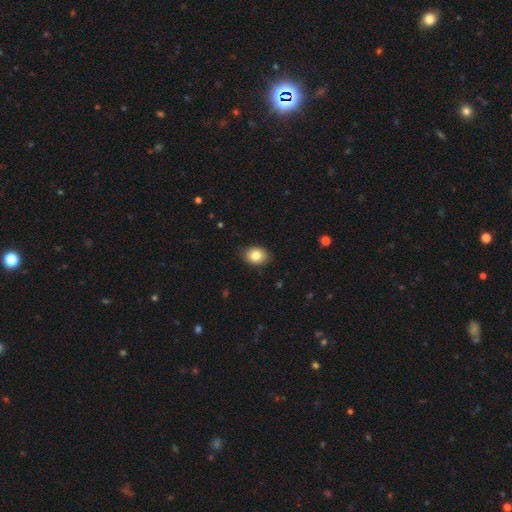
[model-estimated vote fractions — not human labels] smooth_or_featured: smooth (p=0.83) [alt: featured or disk p=0.09]
how_rounded: in between (p=0.66) [alt: round p=0.33]
merging: none (p=0.85) [alt: minor disturbance p=0.12]